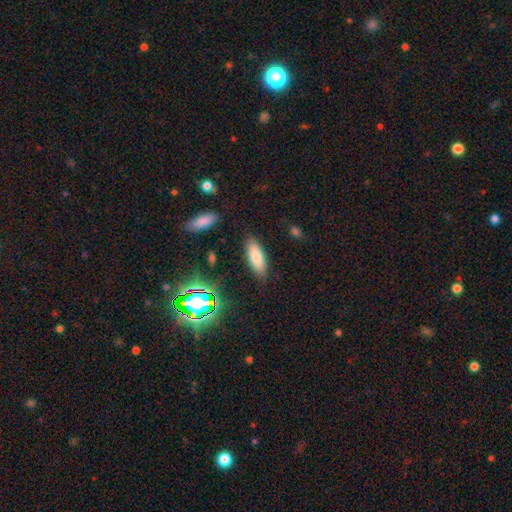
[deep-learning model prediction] Smooth or featured: smooth — 79% (featured or disk — 12%)
How rounded: in between — 68% (cigar-shaped — 30%)
Merging: none — 84% (minor disturbance — 11%)